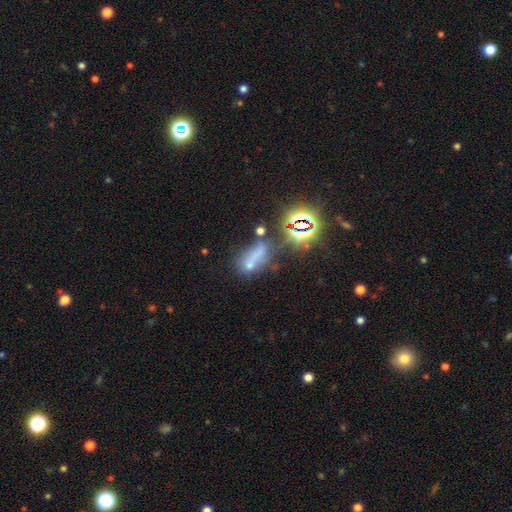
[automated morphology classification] Smooth or featured? Predicted: smooth (p=0.47). Merging? Predicted: none (p=0.36).